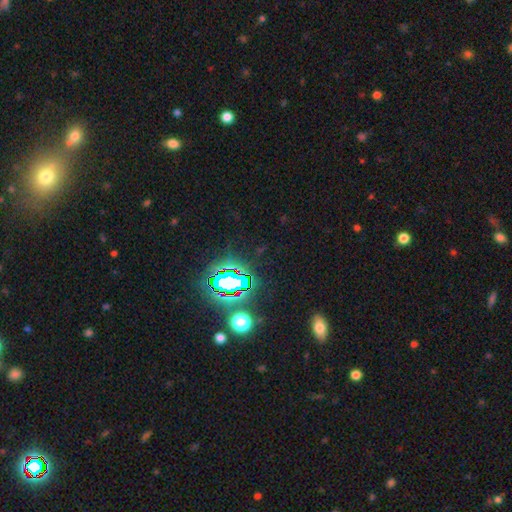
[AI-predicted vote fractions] star or artifact 79%, smooth 12%, featured or disk 8%.